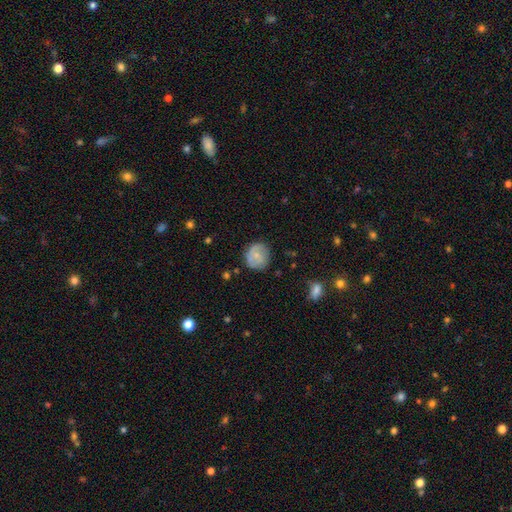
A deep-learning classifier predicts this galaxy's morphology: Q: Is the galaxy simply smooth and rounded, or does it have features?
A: smooth — 63%.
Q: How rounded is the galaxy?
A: round — 85%.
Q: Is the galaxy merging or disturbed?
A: none — 74%.